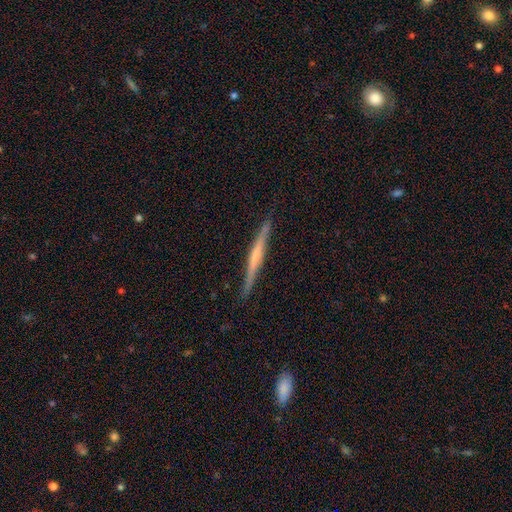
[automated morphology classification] Smooth or featured?
  - featured or disk: 66% *
  - smooth: 29%
  - star or artifact: 6%
Edge-on disk?
  - yes: 98% *
  - no: 2%
Edge-on bulge?
  - rounded: 44% * (tied)
  - none: 44% * (tied)
  - boxy: 12%
Merging?
  - none: 88% *
  - minor disturbance: 9%
  - major disturbance: 2%
  - merger: 1%